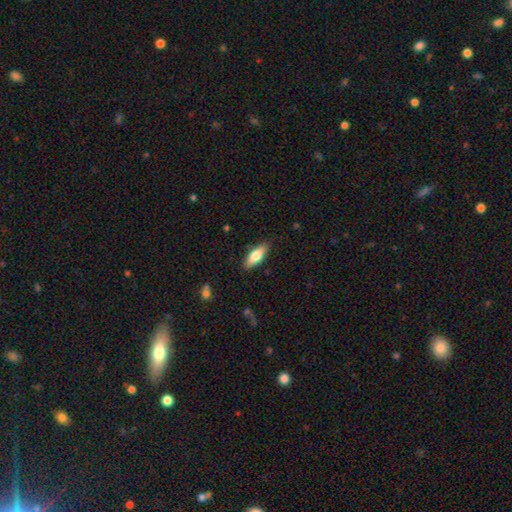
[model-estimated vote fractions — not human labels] The model was most divided on "how rounded": in between: 68%, cigar-shaped: 29%, round: 2%. More confident: merging — none (86%); smooth or featured — smooth (69%).